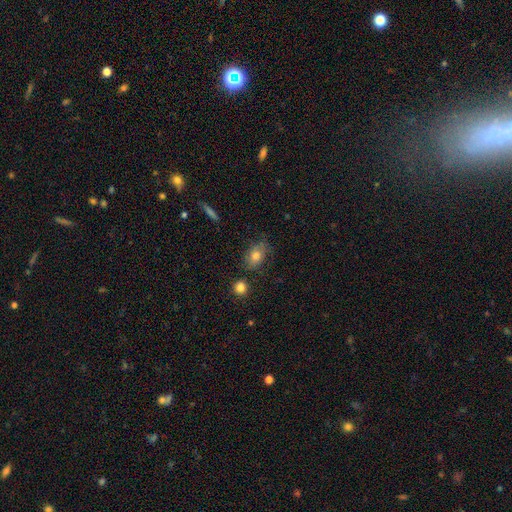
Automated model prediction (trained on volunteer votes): smooth-or-featured: smooth: 73% | featured or disk: 17% | star or artifact: 10%
  how-rounded: in between: 77% | round: 21% | cigar-shaped: 2%
  merging: none: 67% | minor disturbance: 23% | major disturbance: 7% | merger: 4%